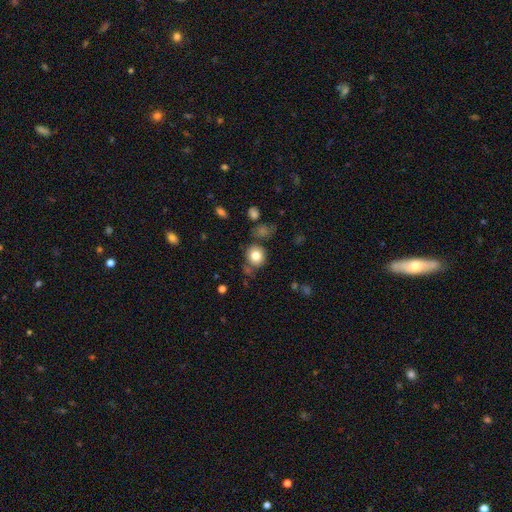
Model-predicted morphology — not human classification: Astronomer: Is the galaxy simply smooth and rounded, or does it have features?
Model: smooth — 81%.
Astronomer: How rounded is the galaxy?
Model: round — 81%.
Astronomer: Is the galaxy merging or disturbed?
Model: none — 73%.